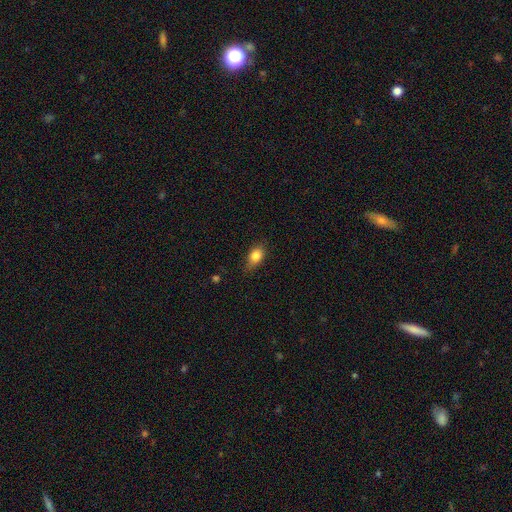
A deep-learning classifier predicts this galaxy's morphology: Smooth or featured? smooth (84%)
How rounded? in between (80%)
Merging? none (73%)